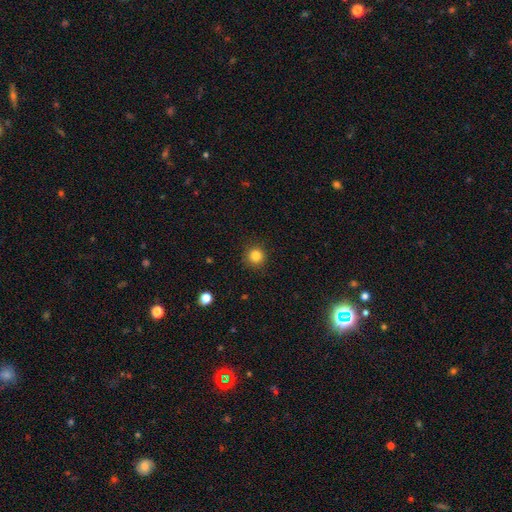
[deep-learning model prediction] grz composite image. It shows a smooth galaxy with no disk features (83%) that is round (94%). Merging: none (91%).